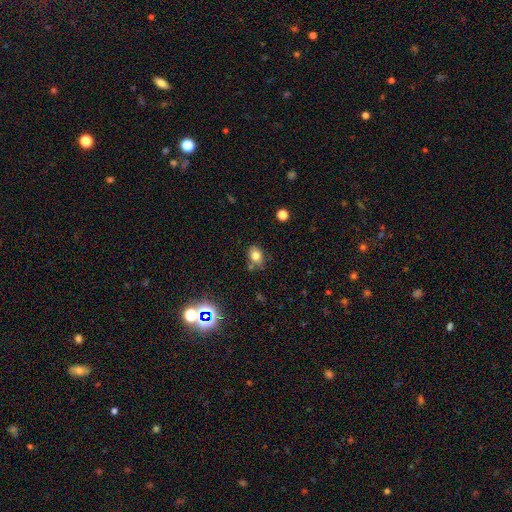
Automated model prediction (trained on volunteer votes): smooth_or_featured: smooth (p=0.76) [alt: star or artifact p=0.14]
how_rounded: in between (p=0.56) [alt: round p=0.43]
merging: none (p=0.68) [alt: minor disturbance p=0.19]